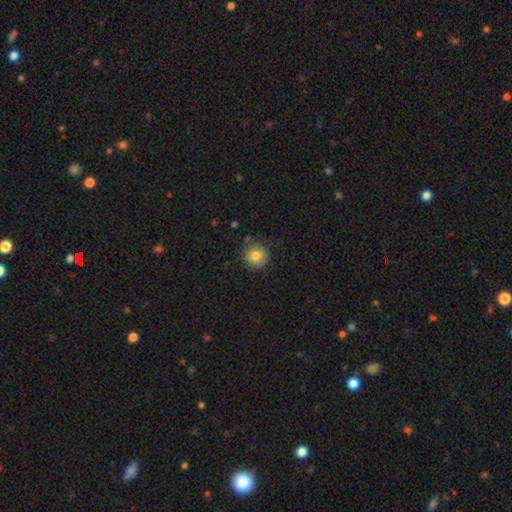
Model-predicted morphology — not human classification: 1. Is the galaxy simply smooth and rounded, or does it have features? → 81% smooth, 10% star or artifact, 9% featured or disk.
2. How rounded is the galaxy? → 93% round, 6% in between, 1% cigar-shaped.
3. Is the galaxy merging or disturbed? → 83% none, 11% minor disturbance, 3% merger, 3% major disturbance.